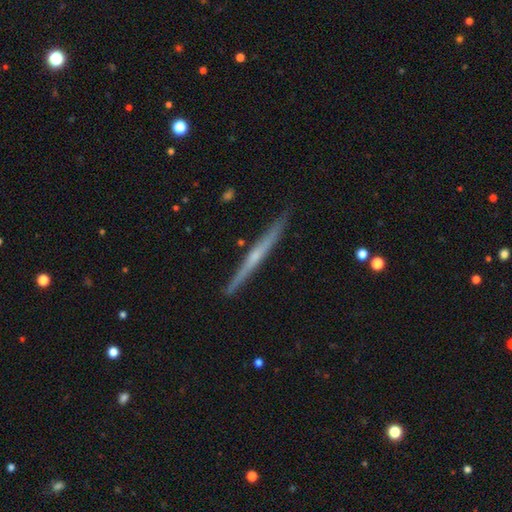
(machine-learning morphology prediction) Smooth or featured? featured or disk (69%)
Edge-on disk? yes (98%)
Edge-on bulge? none (51%)
Merging? none (89%)